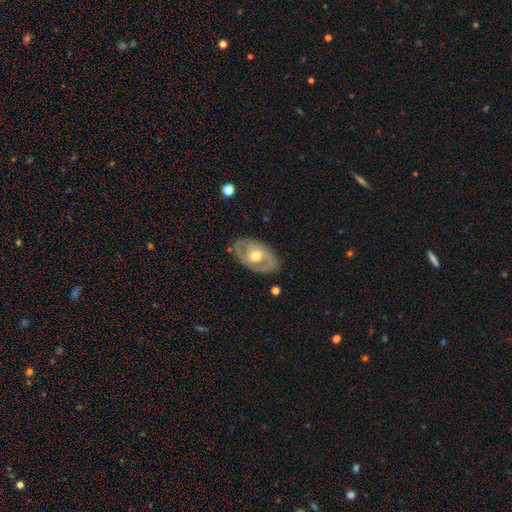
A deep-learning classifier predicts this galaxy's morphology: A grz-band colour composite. It shows a featured or disk galaxy (81%) with no bar (55%), 2 (79%) medium (43%) spiral arms (82%) and a moderate central bulge (74%). Merging: none (80%).